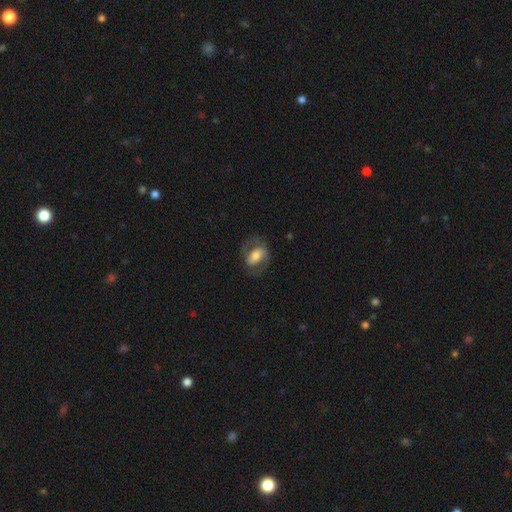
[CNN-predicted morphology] Q: Smooth or featured?
A: featured or disk (55%); runner-up: smooth (39%)
Q: Edge-on disk?
A: no (94%); runner-up: yes (6%)
Q: Bar?
A: strong (38%); runner-up: weak (33%)
Q: Spiral arms?
A: yes (68%); runner-up: no (32%)
Q: Bulge size?
A: moderate (51%); runner-up: large (24%)
Q: Merging?
A: none (68%); runner-up: minor disturbance (17%)